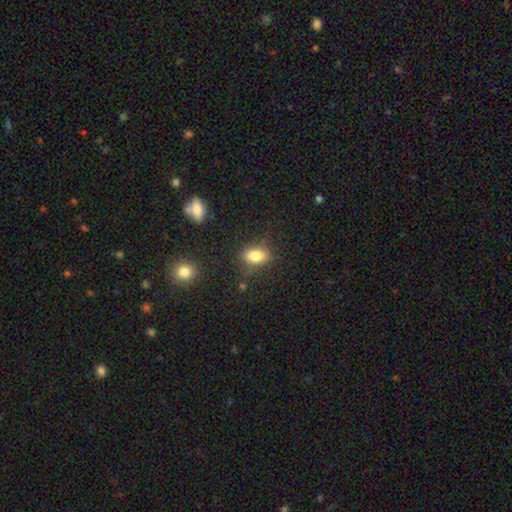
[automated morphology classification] Smooth or featured? Predicted: smooth (p=0.80). How rounded? Predicted: in between (p=0.82). Merging? Predicted: none (p=0.79).